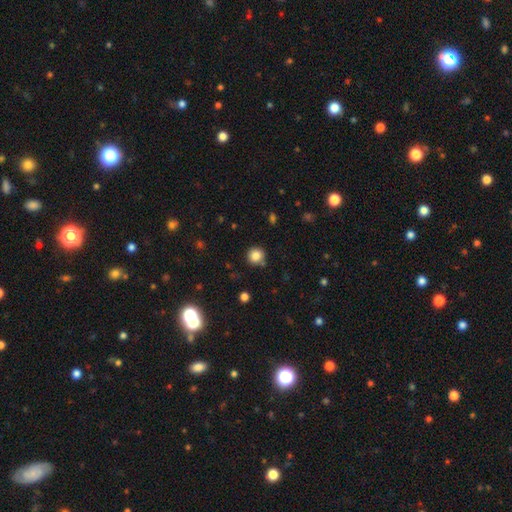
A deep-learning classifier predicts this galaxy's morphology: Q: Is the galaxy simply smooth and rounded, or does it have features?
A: smooth — 84%.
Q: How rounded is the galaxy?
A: round — 92%.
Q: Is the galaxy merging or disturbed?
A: none — 84%.